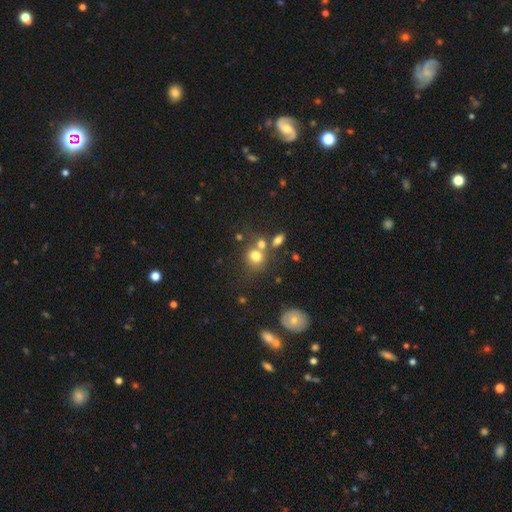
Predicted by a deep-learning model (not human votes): The model was most divided on "merging": none: 48%, merger: 33%, minor disturbance: 13%, major disturbance: 7%. More confident: smooth or featured — smooth (72%); how rounded — round (70%).